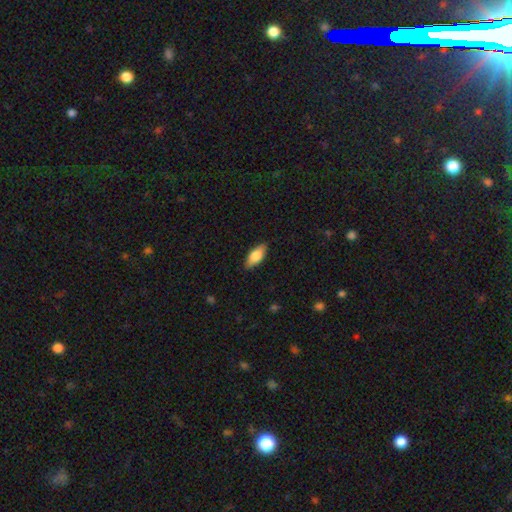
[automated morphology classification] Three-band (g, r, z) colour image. It shows a smooth galaxy with no disk features (77%) that is in between round and cigar-shaped (83%). Merging: none (87%).